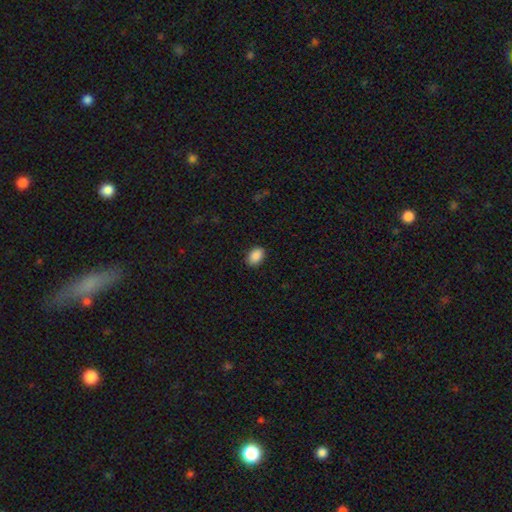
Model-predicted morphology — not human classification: Overall: smooth (90%). How rounded: in between (84%). Merging: none (89%).